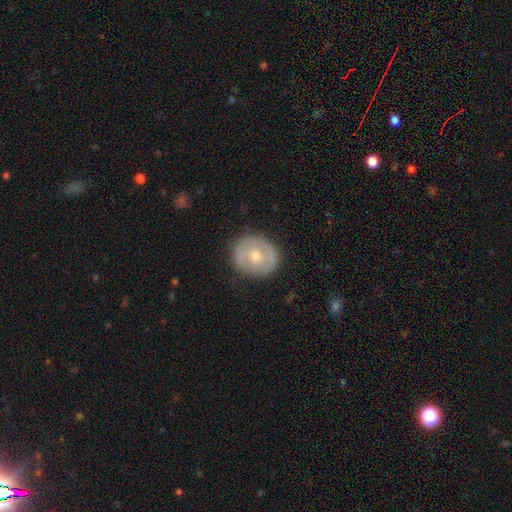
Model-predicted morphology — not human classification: This is possibly a smooth galaxy (47%). Merging: clearly none (85%).